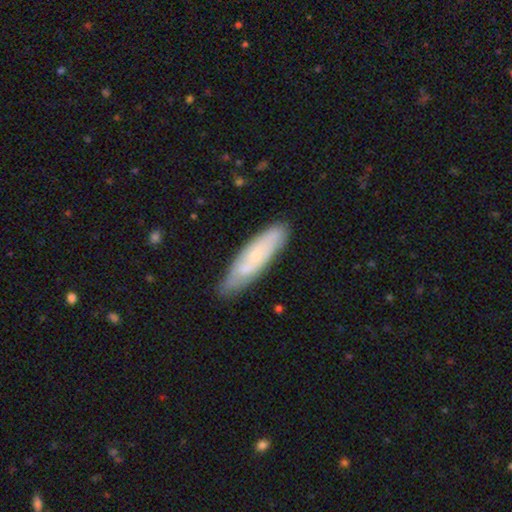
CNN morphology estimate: Smooth or featured: smooth — 52% (featured or disk — 42%)
How rounded: cigar-shaped — 69% (in between — 30%)
Merging: none — 78% (minor disturbance — 17%)